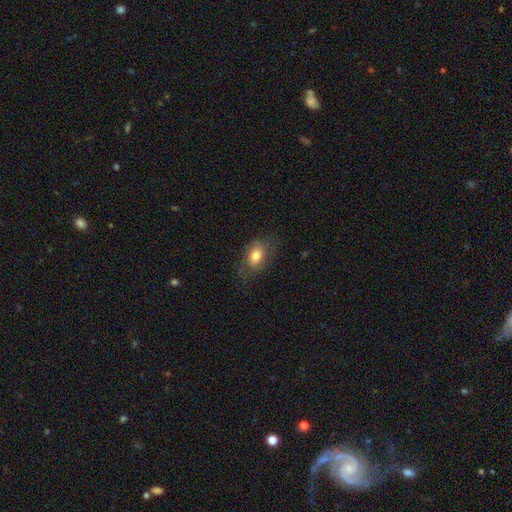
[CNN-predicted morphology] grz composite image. It shows a smooth galaxy with no disk features (76%) that is in between round and cigar-shaped (80%). Merging: none (68%).